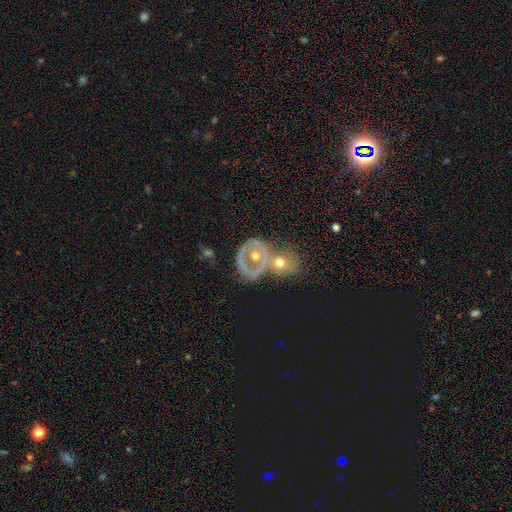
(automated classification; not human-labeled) This appears to be a featured or disk galaxy (62%) with no bar (85%), no spiral arms (75%) and a moderate central bulge (72%). Merging: merger (43%).